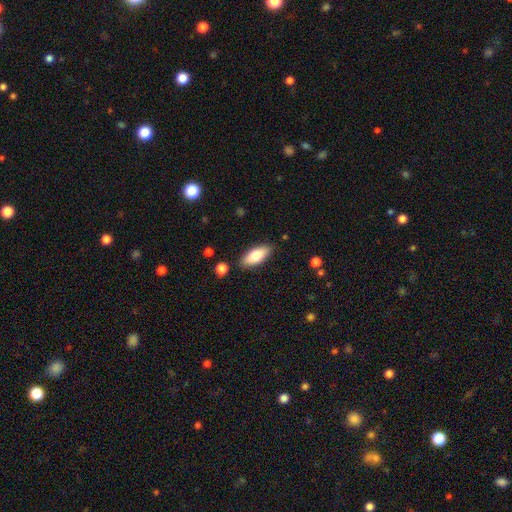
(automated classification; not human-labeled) Overall: smooth (78%). How rounded: in between (83%). Merging: none (86%).